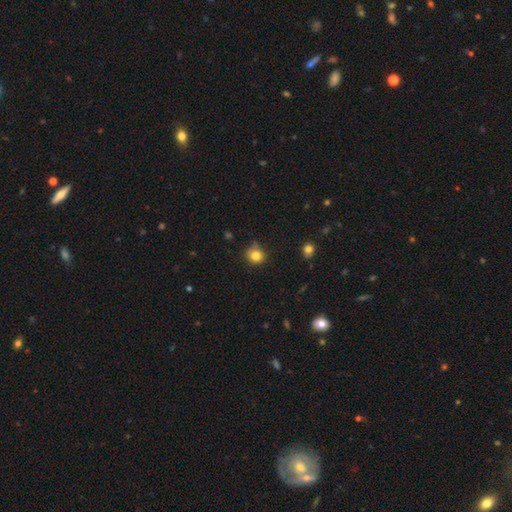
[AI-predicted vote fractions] Smooth or featured? Predicted: smooth (p=0.81). How rounded? Predicted: round (p=0.80). Merging? Predicted: none (p=0.69).